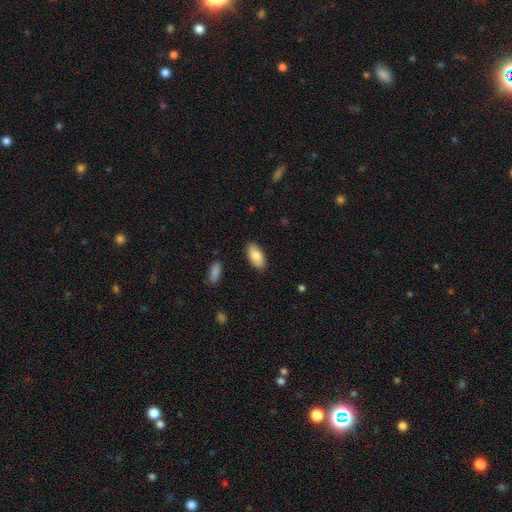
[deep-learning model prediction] A smooth galaxy with no disk features (82%) that is in between round and cigar-shaped (91%). Merging: none (87%).